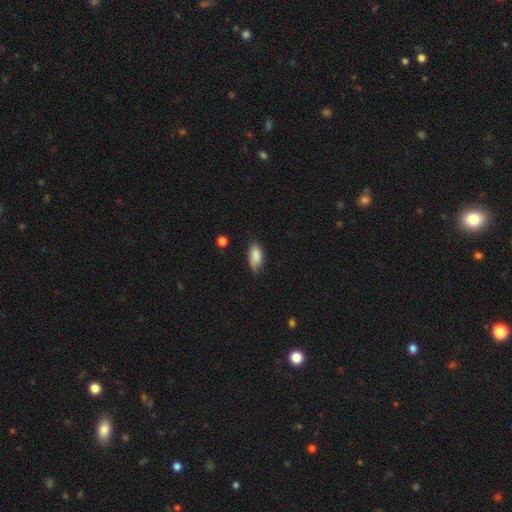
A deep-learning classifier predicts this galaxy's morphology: smooth_or_featured: smooth (p=0.84) [alt: featured or disk p=0.09]
how_rounded: in between (p=0.90) [alt: cigar-shaped p=0.07]
merging: none (p=0.62) [alt: minor disturbance p=0.31]